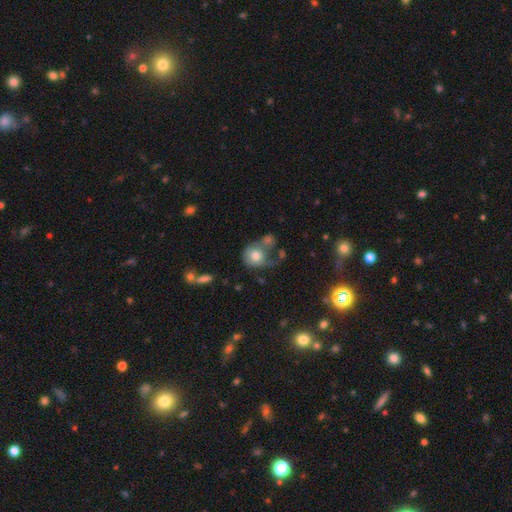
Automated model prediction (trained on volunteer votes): smooth_or_featured: smooth (p=0.72) [alt: featured or disk p=0.20]
how_rounded: round (p=0.74) [alt: in between p=0.25]
merging: none (p=0.30) [alt: merger p=0.28]